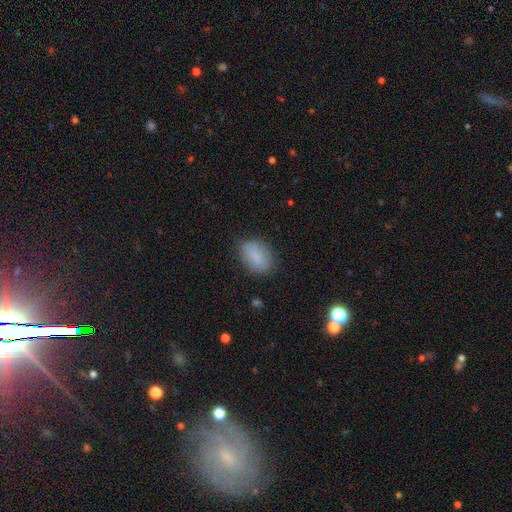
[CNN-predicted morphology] Smooth or featured: smooth — 83% (featured or disk — 8%)
How rounded: in between — 84% (round — 14%)
Merging: none — 79% (minor disturbance — 16%)